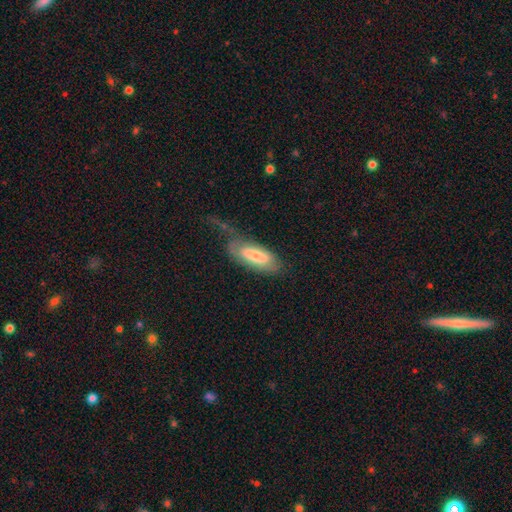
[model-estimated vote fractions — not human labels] Morphology: type=smooth (53%); roundness=in between (67%); merging=major disturbance (36%).